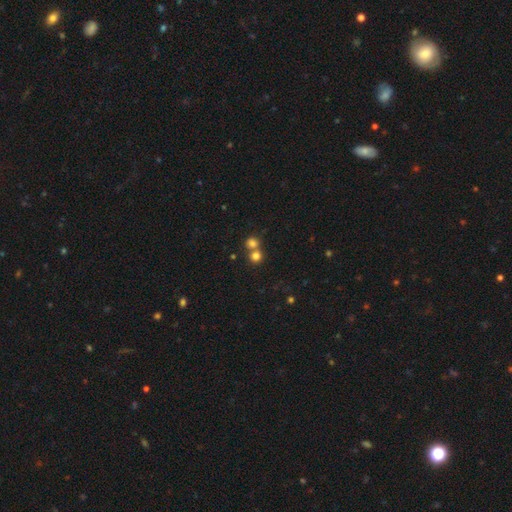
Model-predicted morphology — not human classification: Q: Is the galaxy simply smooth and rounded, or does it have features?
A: smooth — 77%.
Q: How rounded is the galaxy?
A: round — 88%.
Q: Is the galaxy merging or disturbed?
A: none — 51%.